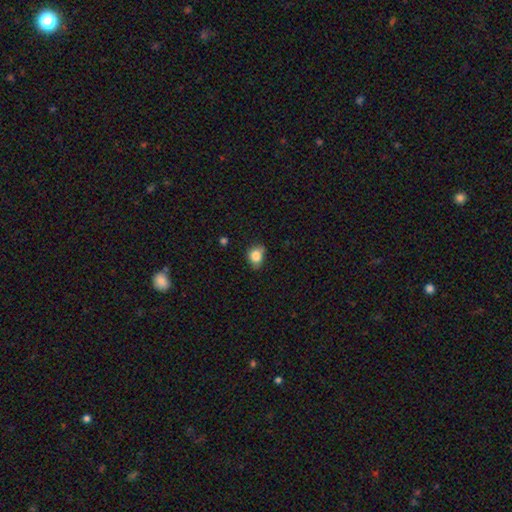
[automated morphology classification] Smooth or featured?
  - smooth: 83% *
  - star or artifact: 9%
  - featured or disk: 7%
How rounded?
  - round: 51% *
  - in between: 48%
  - cigar-shaped: 1%
Merging?
  - none: 56% *
  - minor disturbance: 34%
  - major disturbance: 7%
  - merger: 2%